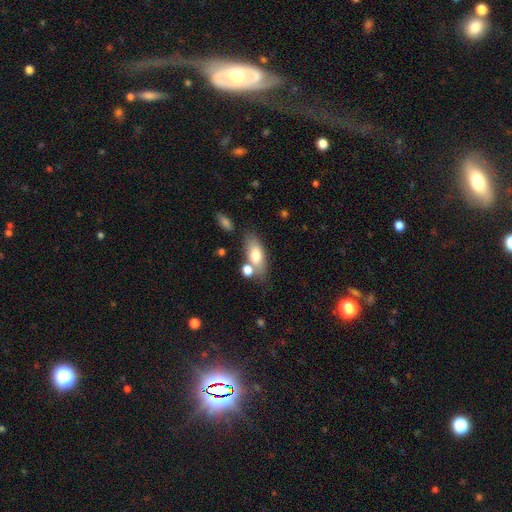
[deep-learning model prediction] Morphology: type=smooth (74%); roundness=in between (79%); merging=none (61%).